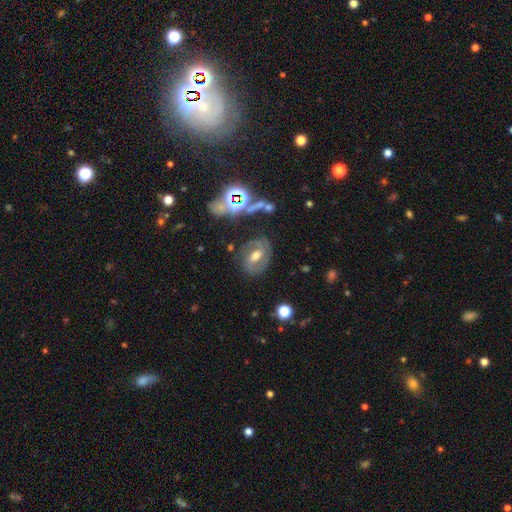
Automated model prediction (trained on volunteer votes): Overall: featured or disk (67%). Edge-on disk: no (95%). Bar: weak (45%; strong 28%). Spiral arms: yes (80%). Spiral arm count: 2 (78%). Spiral winding: medium (46%; tight 39%). Bulge size: moderate (67%). Merging: none (74%).